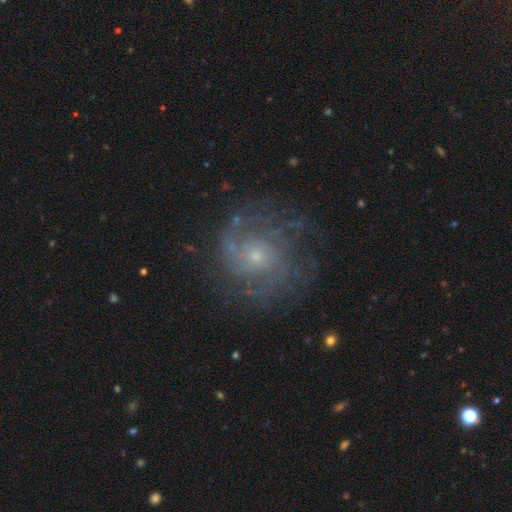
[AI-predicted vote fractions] smooth-or-featured: featured or disk: 81% | smooth: 9% | star or artifact: 9%
  disk-edge-on: no: 98% | yes: 2%
    bar: no: 75% | weak: 22% | strong: 3%
    has-spiral-arms: yes: 93% | no: 7%
      spiral-winding: tight: 45% | medium: 39% | loose: 15%
      spiral-arm-count: can't tell: 33% | 2: 27% | 3: 16% | 4: 9% | more than 4: 7% | 1: 7%
    bulge-size: small: 70% | moderate: 25% | none: 3% | large: 2% | dominant: 1%
  merging: none: 73% | minor disturbance: 15% | major disturbance: 11% | merger: 1%